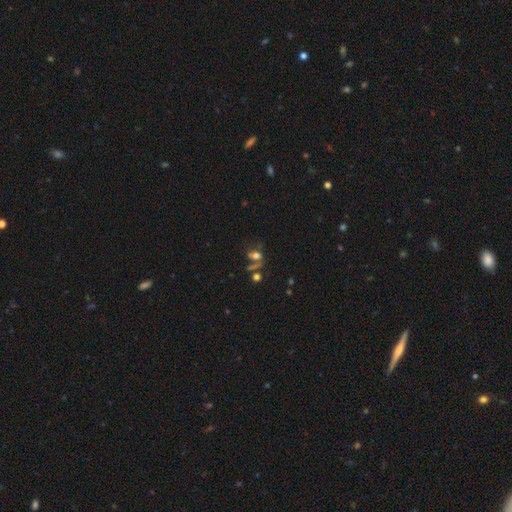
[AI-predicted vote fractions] smooth_or_featured: smooth (p=0.46) [alt: featured or disk p=0.30]
merging: none (p=0.44) [alt: merger p=0.25]